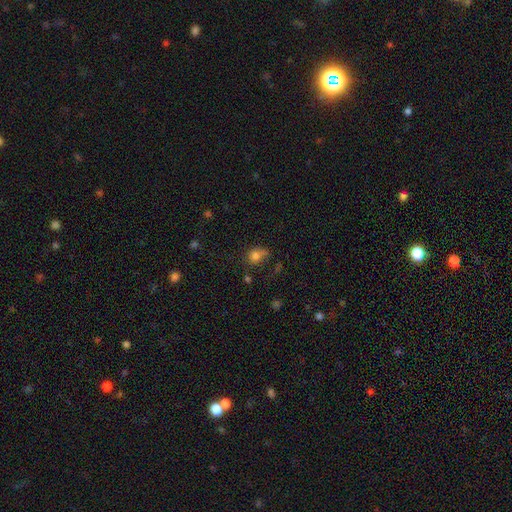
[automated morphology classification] Smooth or featured? smooth (78%)
How rounded? round (64%)
Merging? none (45%)